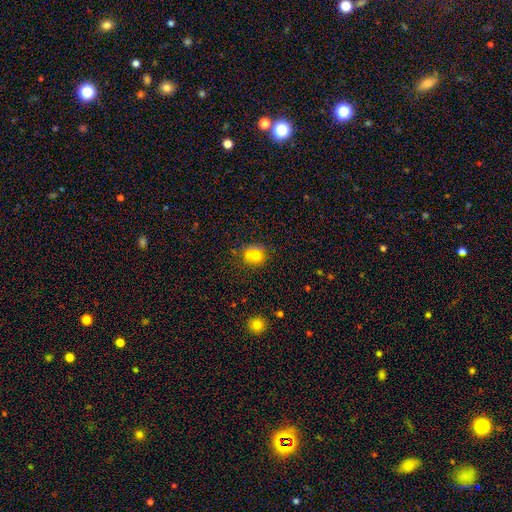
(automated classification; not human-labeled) smooth-or-featured: smooth: 68% | featured or disk: 19% | star or artifact: 13%
  how-rounded: round: 75% | in between: 24% | cigar-shaped: 1%
  merging: none: 43% | merger: 36% | minor disturbance: 14% | major disturbance: 7%